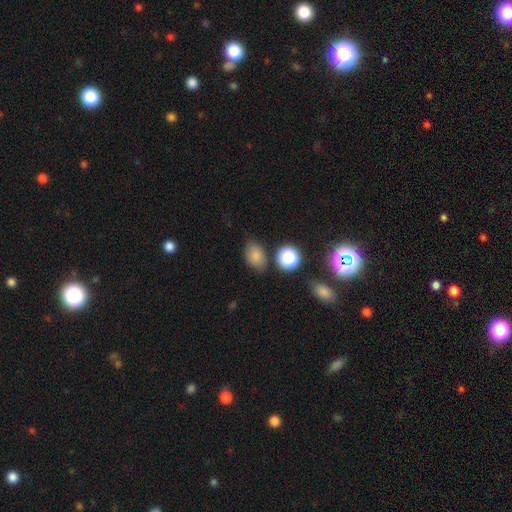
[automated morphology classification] This is likely a smooth galaxy (78%). How rounded: likely in between (77%). Merging: likely none (74%).